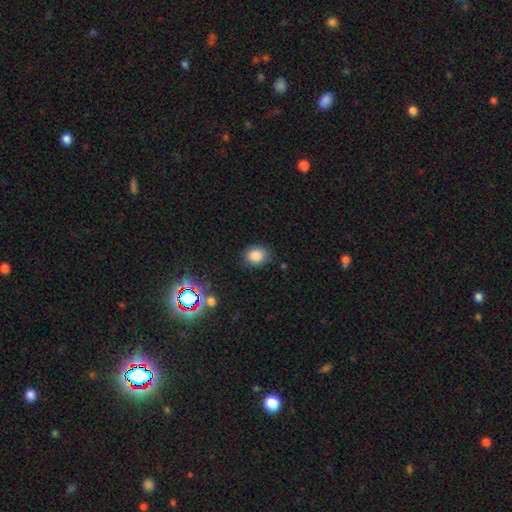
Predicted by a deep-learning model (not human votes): This appears to be a smooth galaxy with no disk features (82%) that is round (60%). Merging: none (82%).